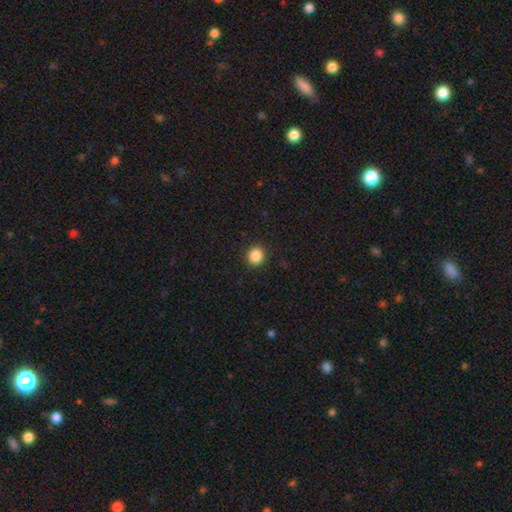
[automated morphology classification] A smooth galaxy with no disk features (87%) that is round (89%).

Vote fractions:
- Smooth or featured? smooth: 87% / star or artifact: 10% / featured or disk: 3%
- How rounded? round: 89% / in between: 10% / cigar-shaped: 1%
- Merging? none: 92% / minor disturbance: 5% / major disturbance: 2% / merger: 1%